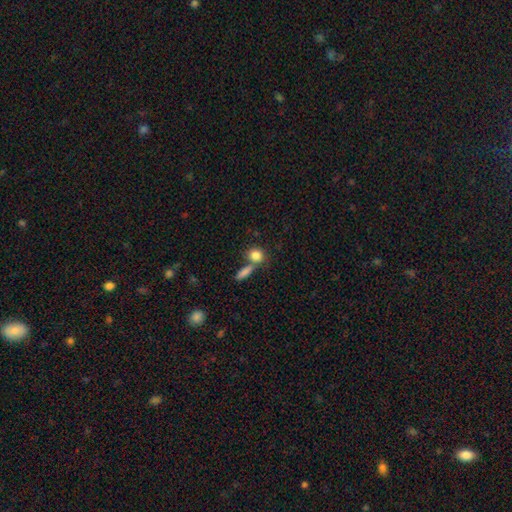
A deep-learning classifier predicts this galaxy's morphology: The model was most divided on "merging": none: 52%, merger: 34%, minor disturbance: 10%, major disturbance: 4%. More confident: smooth or featured — smooth (85%); how rounded — round (64%).